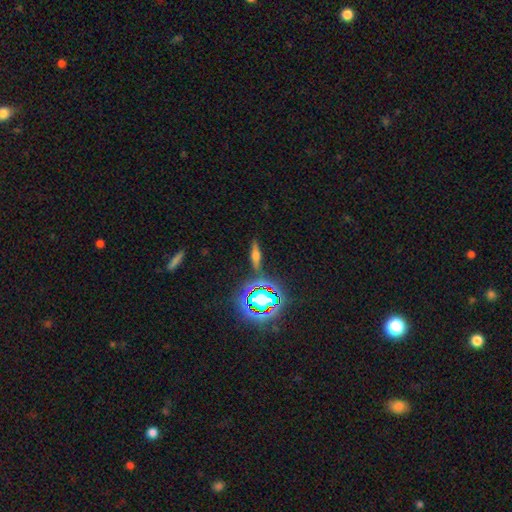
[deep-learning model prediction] This is marginally a featured or disk galaxy (40%). Merging: clearly none (82%).